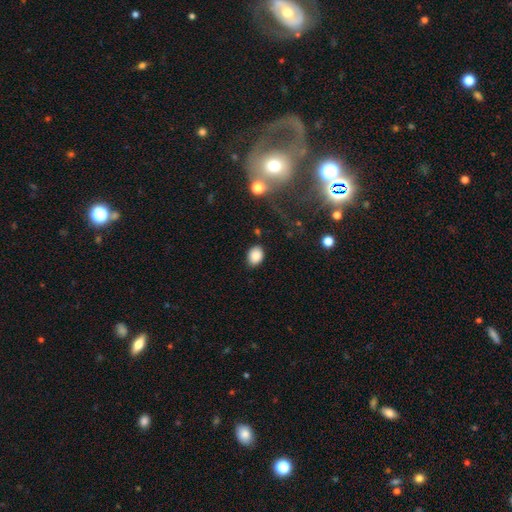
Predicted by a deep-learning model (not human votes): Smooth or featured? Predicted: smooth (p=0.86). How rounded? Predicted: in between (p=0.71). Merging? Predicted: none (p=0.83).